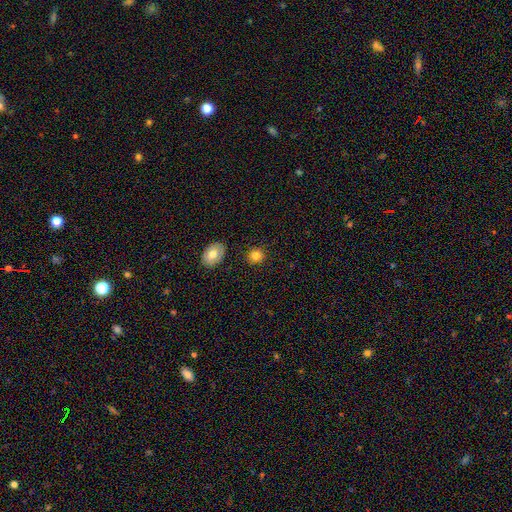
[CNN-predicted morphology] smooth-or-featured: smooth: 81% | star or artifact: 11% | featured or disk: 8%
  how-rounded: round: 80% | in between: 19% | cigar-shaped: 1%
  merging: none: 87% | minor disturbance: 8% | merger: 3% | major disturbance: 2%